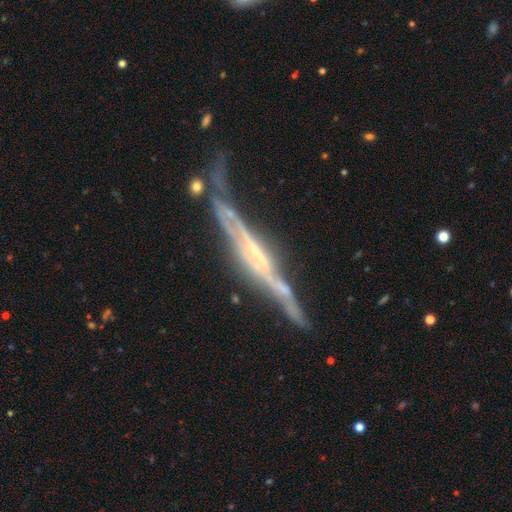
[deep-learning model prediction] smooth-or-featured: featured or disk: 84% | smooth: 10% | star or artifact: 7%
  disk-edge-on: yes: 92% | no: 8%
    edge-on-bulge: boxy: 35% | none: 34% | rounded: 32%
  merging: none: 52% | minor disturbance: 24% | major disturbance: 15% | merger: 8%